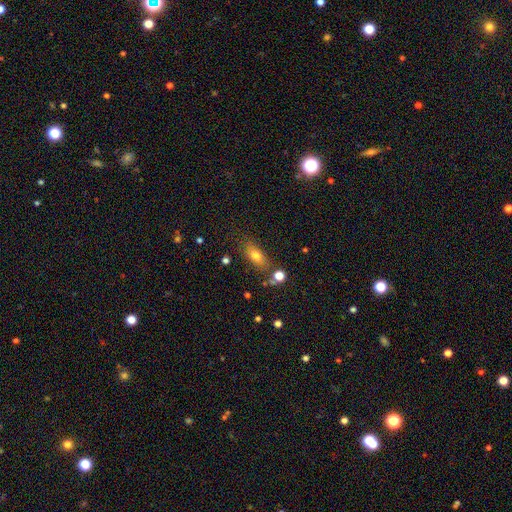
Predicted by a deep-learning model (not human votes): smooth 74%, featured or disk 15%, star or artifact 11%. Down the decision tree: how rounded — in between (78%); merging — none (73%).